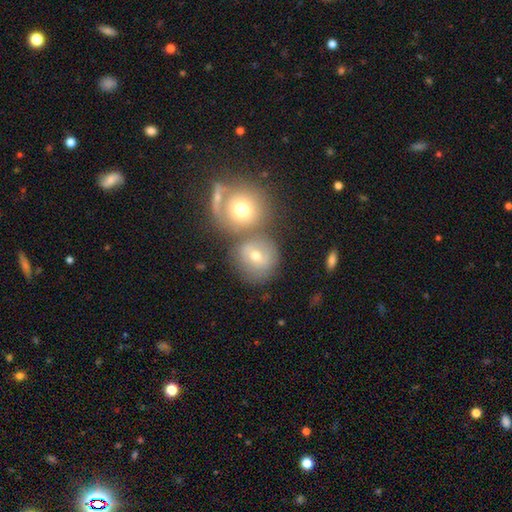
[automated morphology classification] Smooth or featured? Predicted: smooth (p=0.56). How rounded? Predicted: round (p=0.84). Merging? Predicted: none (p=0.48).